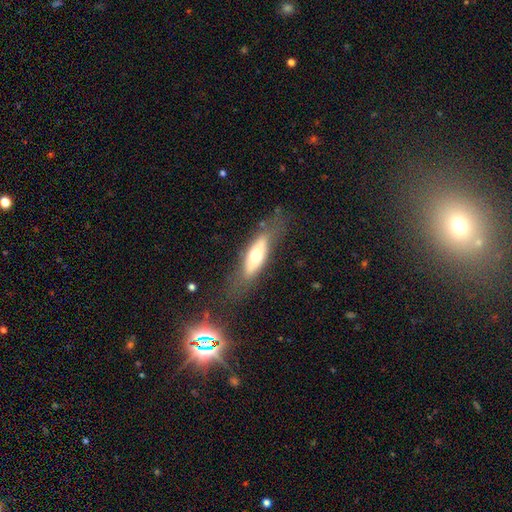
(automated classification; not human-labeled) Overall: smooth (53%; featured or disk 40%). How rounded: in between (55%; cigar-shaped 42%). Merging: none (66%).